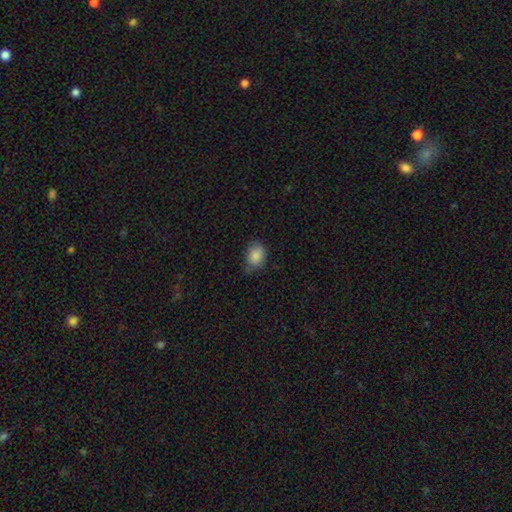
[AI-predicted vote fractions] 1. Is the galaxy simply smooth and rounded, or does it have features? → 85% smooth, 8% star or artifact, 6% featured or disk.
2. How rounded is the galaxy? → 66% in between, 33% round, 1% cigar-shaped.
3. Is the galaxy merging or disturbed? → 54% none, 36% minor disturbance, 8% major disturbance, 2% merger.